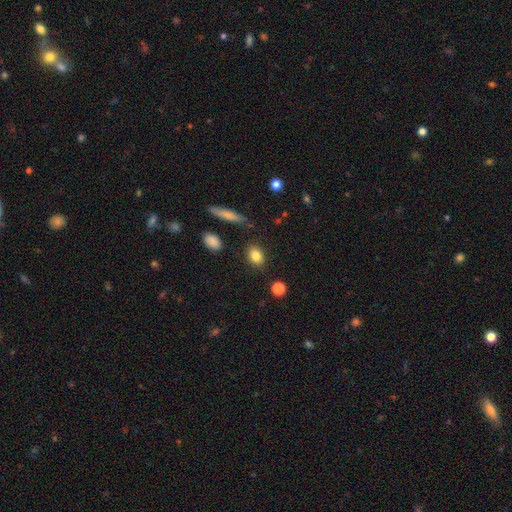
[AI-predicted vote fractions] A smooth galaxy with no disk features (83%) that is in between round and cigar-shaped (60%).

Vote fractions:
- Smooth or featured? smooth: 83% / star or artifact: 9% / featured or disk: 8%
- How rounded? in between: 60% / round: 38% / cigar-shaped: 3%
- Merging? none: 86% / minor disturbance: 9% / merger: 3% / major disturbance: 3%